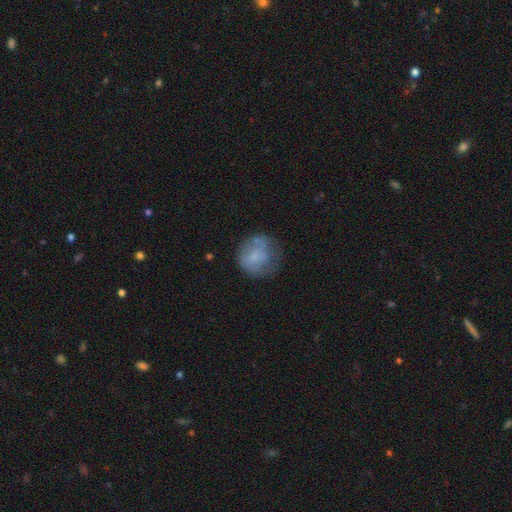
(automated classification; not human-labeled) This appears to be a smooth galaxy with no disk features (63%) that is round (83%). Merging: none (53%).